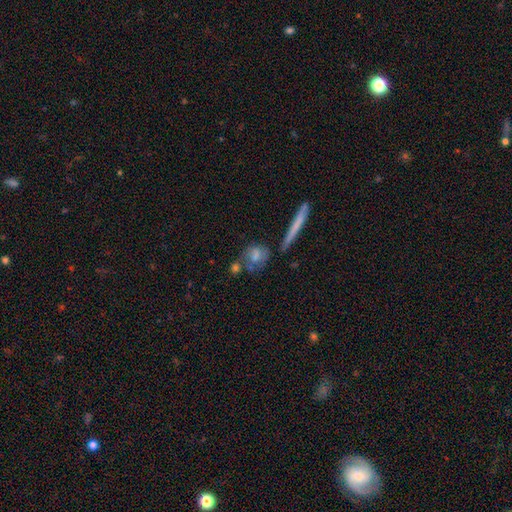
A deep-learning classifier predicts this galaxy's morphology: A smooth galaxy with no disk features (63%) that is round (46%).

Vote fractions:
- Smooth or featured? smooth: 63% / featured or disk: 27% / star or artifact: 9%
- How rounded? round: 46% / in between: 38% / cigar-shaped: 16%
- Merging? none: 52% / minor disturbance: 19% / merger: 18% / major disturbance: 10%